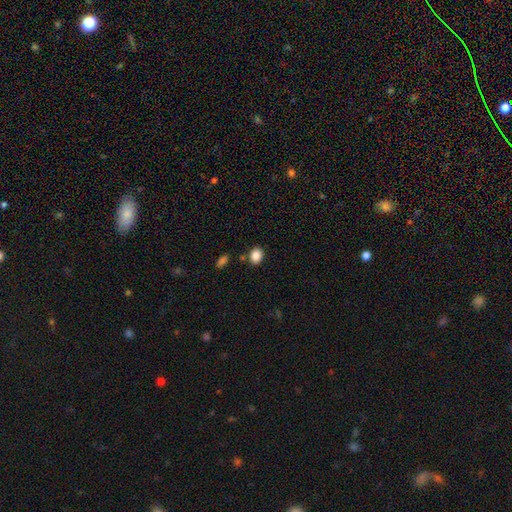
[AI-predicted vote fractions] Smooth or featured? smooth (87%)
How rounded? in between (57%)
Merging? none (81%)